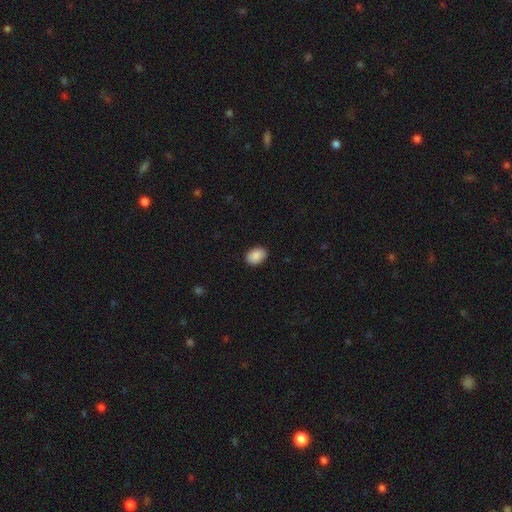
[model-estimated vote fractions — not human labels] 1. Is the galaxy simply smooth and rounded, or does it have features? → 89% smooth, 7% star or artifact, 4% featured or disk.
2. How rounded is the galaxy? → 80% in between, 19% round, 1% cigar-shaped.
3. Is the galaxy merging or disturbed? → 88% none, 9% minor disturbance, 2% major disturbance, 1% merger.